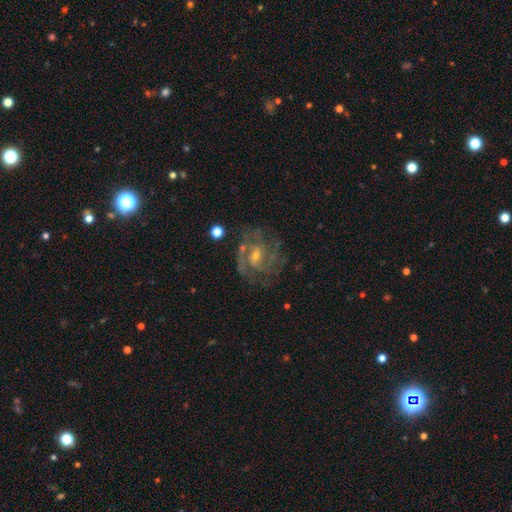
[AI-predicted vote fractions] Q: Smooth or featured?
A: featured or disk (83%); runner-up: star or artifact (9%)
Q: Edge-on disk?
A: no (97%); runner-up: yes (3%)
Q: Bar?
A: weak (52%); runner-up: no (35%)
Q: Spiral arms?
A: yes (94%); runner-up: no (6%)
Q: Spiral winding?
A: medium (46%); runner-up: tight (43%)
Q: Spiral arm count?
A: 2 (35%); runner-up: 3 (24%)
Q: Bulge size?
A: small (58%); runner-up: moderate (35%)
Q: Merging?
A: none (70%); runner-up: minor disturbance (16%)